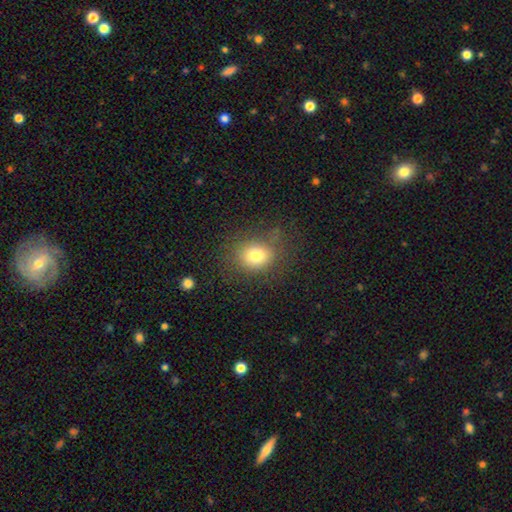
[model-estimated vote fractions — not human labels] Overall: smooth (77%). How rounded: round (66%; in between 33%). Merging: none (75%).